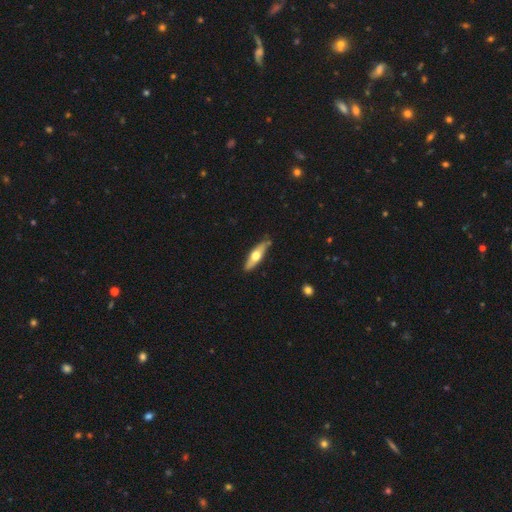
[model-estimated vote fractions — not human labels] Q: Smooth or featured?
A: smooth (49%); runner-up: featured or disk (46%)
Q: Merging?
A: none (83%); runner-up: minor disturbance (13%)